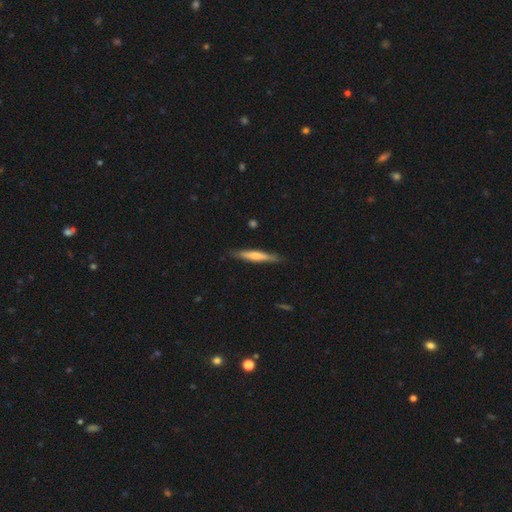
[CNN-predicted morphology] A smooth galaxy with no disk features (55%) that is cigar-shaped (92%).

Vote fractions:
- Smooth or featured? smooth: 55% / featured or disk: 39% / star or artifact: 6%
- How rounded? cigar-shaped: 92% / in between: 6% / round: 1%
- Merging? none: 85% / minor disturbance: 11% / major disturbance: 2% / merger: 1%